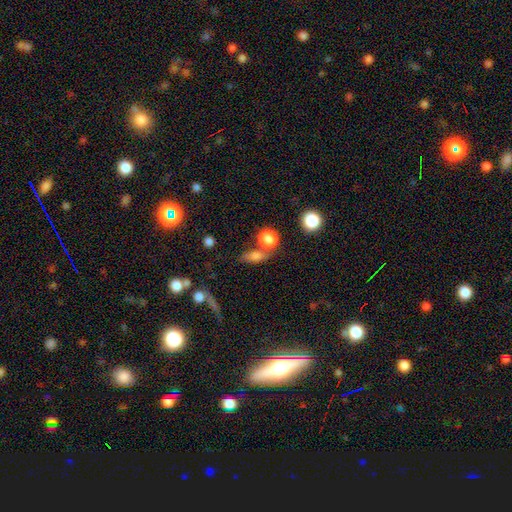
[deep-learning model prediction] Smooth or featured: smooth — 73% (featured or disk — 13%)
How rounded: in between — 47% (round — 37%)
Merging: none — 57% (merger — 23%)